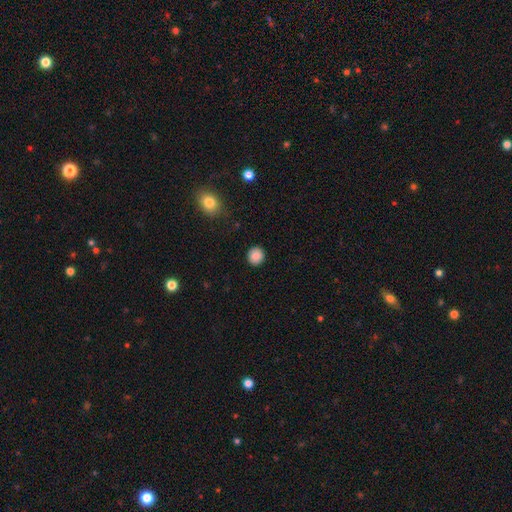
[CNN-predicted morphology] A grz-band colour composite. It shows a smooth galaxy with no disk features (87%) that is round (88%). Merging: none (91%).